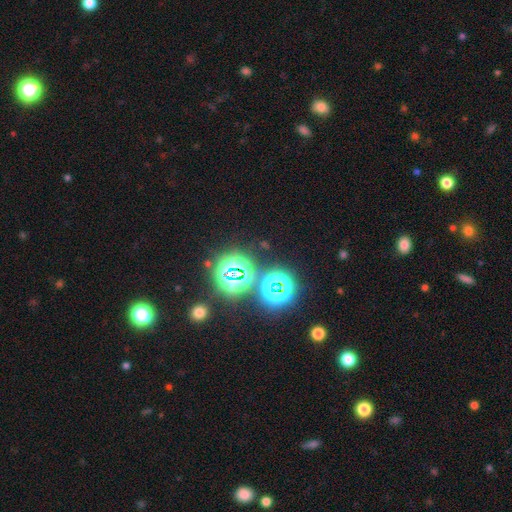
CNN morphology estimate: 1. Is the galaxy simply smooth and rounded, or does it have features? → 77% star or artifact, 15% smooth, 7% featured or disk.